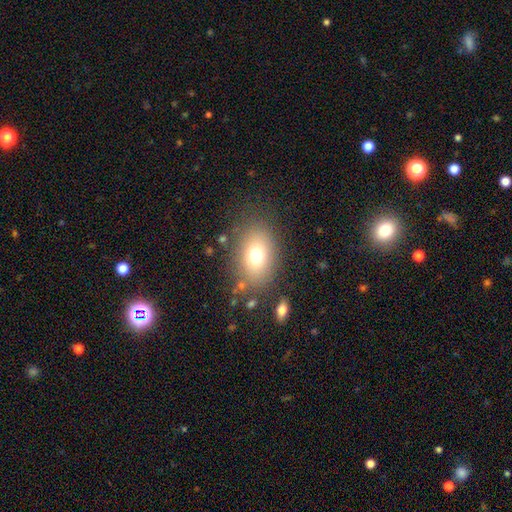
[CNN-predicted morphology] A smooth galaxy with no disk features (72%) that is in between round and cigar-shaped (77%).

Vote fractions:
- Smooth or featured? smooth: 72% / featured or disk: 15% / star or artifact: 12%
- How rounded? in between: 77% / round: 22% / cigar-shaped: 1%
- Merging? none: 78% / minor disturbance: 12% / major disturbance: 6% / merger: 3%